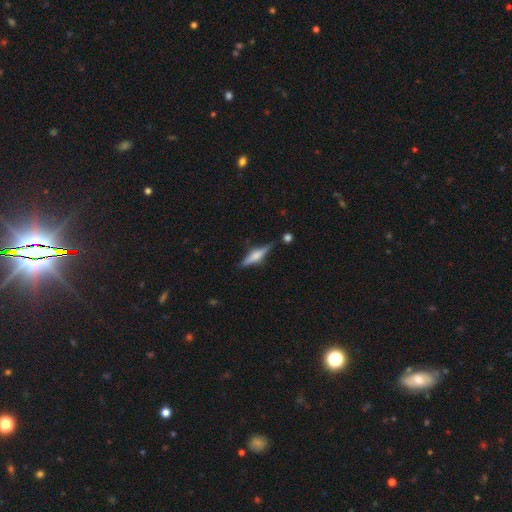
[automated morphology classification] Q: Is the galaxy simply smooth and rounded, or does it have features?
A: featured or disk — 55%.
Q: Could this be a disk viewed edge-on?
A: yes — 96%.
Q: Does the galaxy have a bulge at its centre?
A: rounded — 72%.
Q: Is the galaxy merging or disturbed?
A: none — 78%.